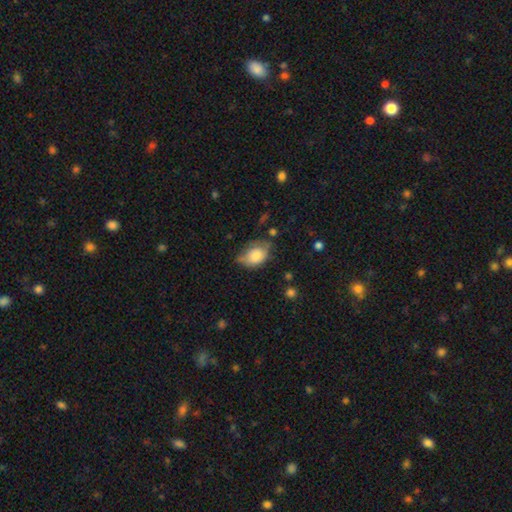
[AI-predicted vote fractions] This is likely a smooth galaxy (75%). How rounded: clearly in between (82%). Merging: marginally none (42%).